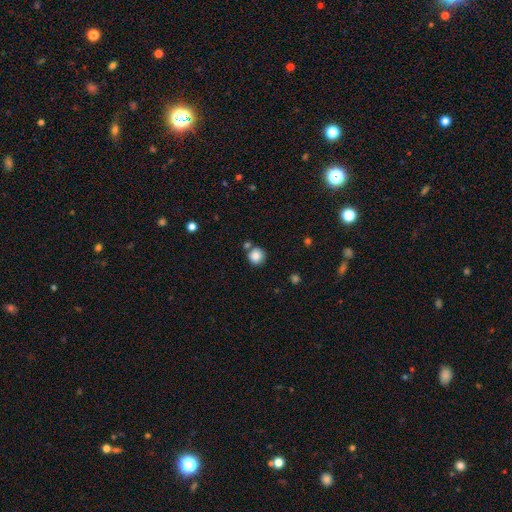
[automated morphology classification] Smooth or featured? Predicted: smooth (p=0.86). How rounded? Predicted: round (p=0.93). Merging? Predicted: none (p=0.72).